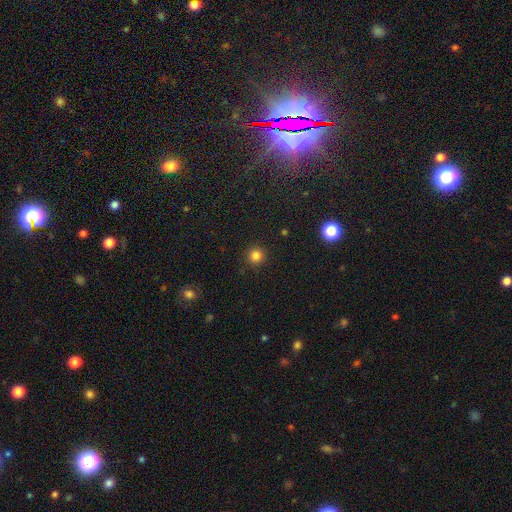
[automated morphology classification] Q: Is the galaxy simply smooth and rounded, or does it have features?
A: smooth — 82%.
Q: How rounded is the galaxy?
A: round — 95%.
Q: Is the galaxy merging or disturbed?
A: none — 92%.